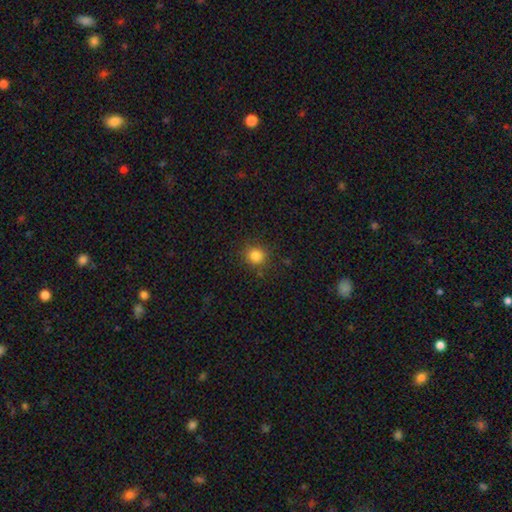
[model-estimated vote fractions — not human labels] Smooth or featured? Predicted: smooth (p=0.82). How rounded? Predicted: round (p=0.89). Merging? Predicted: none (p=0.86).